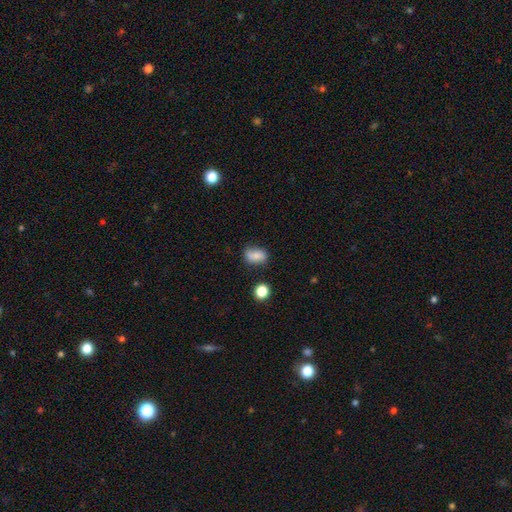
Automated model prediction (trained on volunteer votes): smooth_or_featured: smooth (p=0.77) [alt: featured or disk p=0.12]
how_rounded: in between (p=0.79) [alt: round p=0.19]
merging: none (p=0.62) [alt: minor disturbance p=0.25]